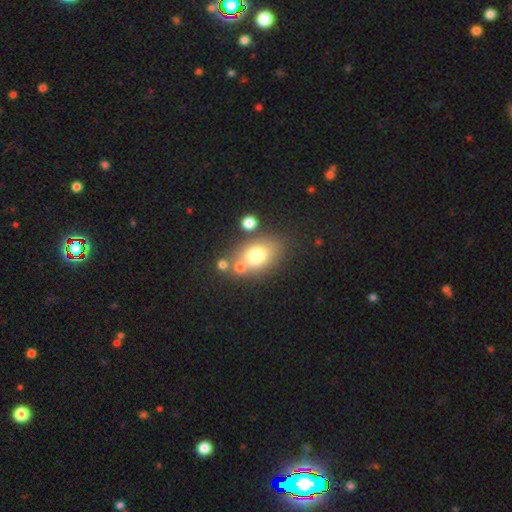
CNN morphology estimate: A smooth galaxy with no disk features (71%) that is in between round and cigar-shaped (71%).

Vote fractions:
- Smooth or featured? smooth: 71% / featured or disk: 17% / star or artifact: 12%
- How rounded? in between: 71% / round: 26% / cigar-shaped: 2%
- Merging? none: 58% / merger: 22% / minor disturbance: 13% / major disturbance: 6%